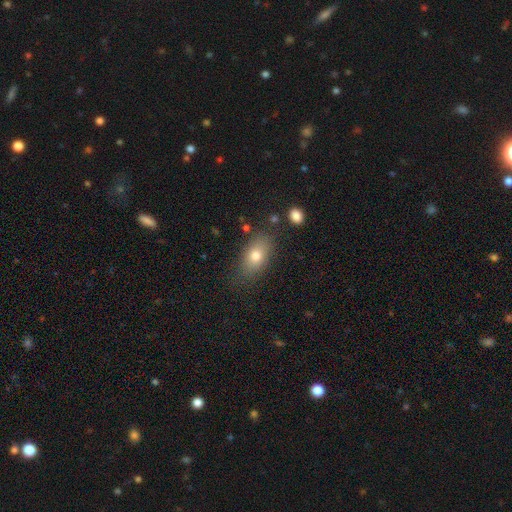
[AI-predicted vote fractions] This appears to be a smooth galaxy with no disk features (75%) that is in between round and cigar-shaped (85%). Merging: none (78%).